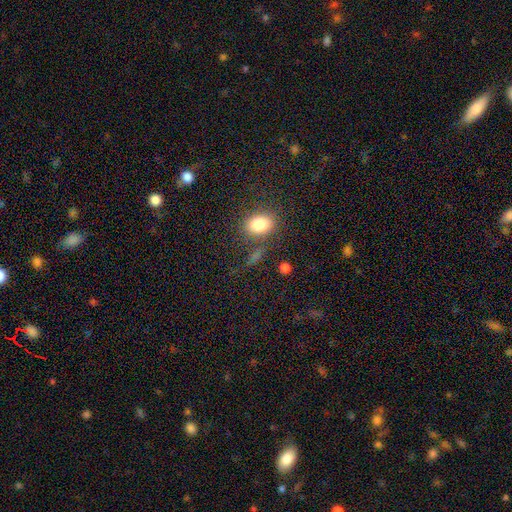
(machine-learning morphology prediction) Smooth or featured? smooth (79%)
How rounded? in between (74%)
Merging? none (75%)